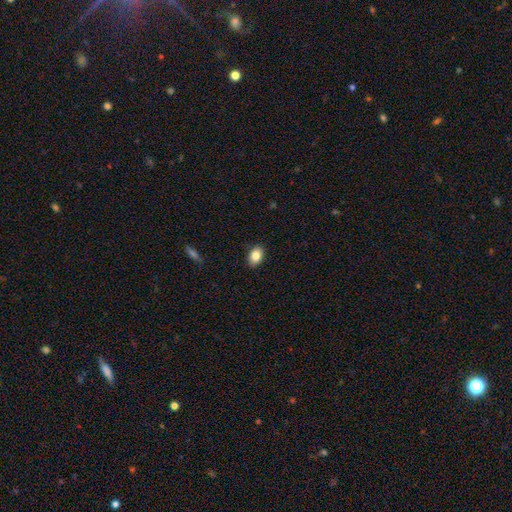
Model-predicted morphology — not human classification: A smooth galaxy with no disk features (84%) that is in between round and cigar-shaped (84%).

Vote fractions:
- Smooth or featured? smooth: 84% / star or artifact: 8% / featured or disk: 8%
- How rounded? in between: 84% / round: 15% / cigar-shaped: 1%
- Merging? none: 88% / minor disturbance: 9% / major disturbance: 2% / merger: 1%